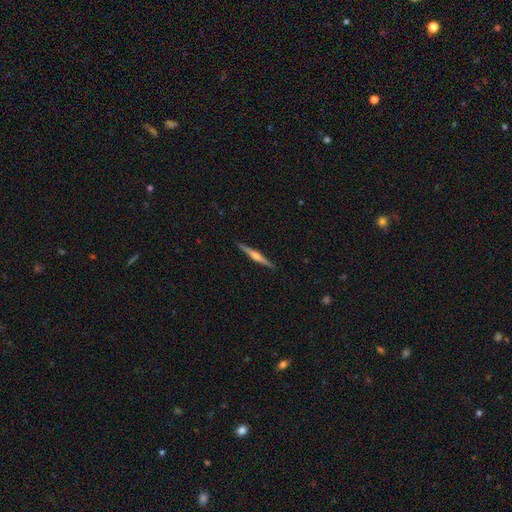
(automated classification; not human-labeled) Overall: featured or disk (75%). Edge-on disk: yes (98%). Edge-on bulge: rounded (86%). Merging: none (92%).